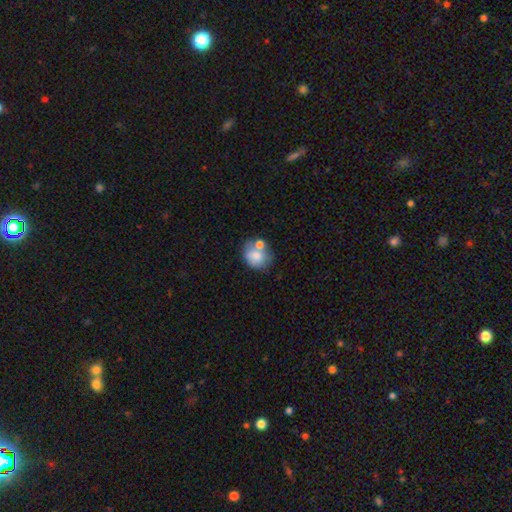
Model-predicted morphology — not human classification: type=smooth (72%); roundness=round (64%); merging=none (42%).